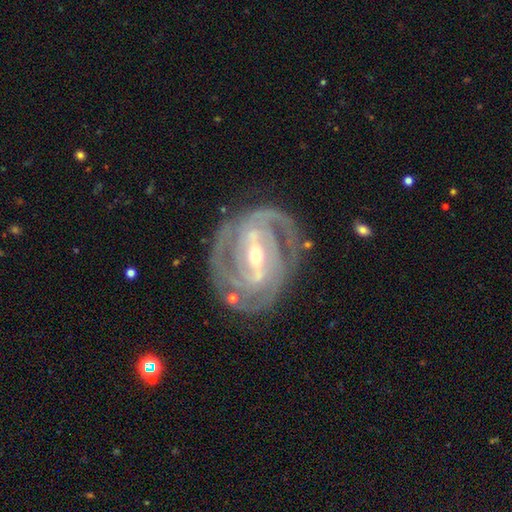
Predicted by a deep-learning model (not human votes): A featured or disk galaxy (91%) with a strong bar (62%), 2 (39%) tight (66%) spiral arms (97%) and a small central bulge (53%).

Vote fractions:
- Smooth or featured? featured or disk: 91% / star or artifact: 5% / smooth: 4%
- Edge-on disk? no: 96% / yes: 4%
- Bar? strong: 62% / weak: 30% / no: 9%
- Spiral arms? yes: 97% / no: 3%
- Spiral winding? tight: 66% / medium: 29% / loose: 4%
- Spiral arm count? 2: 39% / 3: 29% / can't tell: 14% / 4: 10% / more than 4: 4% / 1: 4%
- Bulge size? small: 53% / moderate: 44% / large: 2% / none: 1% / dominant: 1%
- Merging? none: 75% / minor disturbance: 16% / major disturbance: 7% / merger: 2%